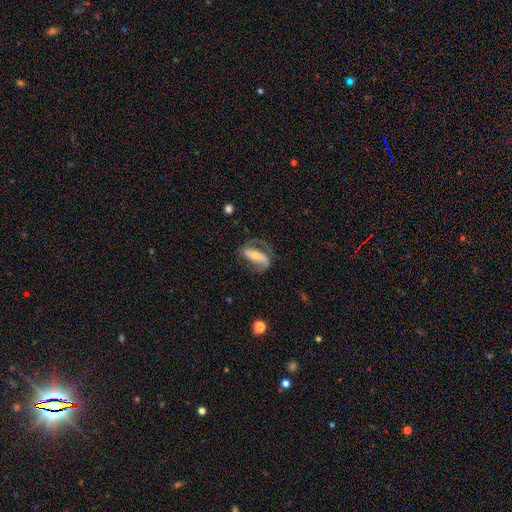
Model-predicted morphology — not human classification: The model was most divided on "bulge size": small: 45%, moderate: 44%, large: 6%, none: 3%, dominant: 2%. Remaining: edge-on disk — no (91%); spiral arms — yes (87%); smooth or featured — featured or disk (75%); spiral arm count — 2 (74%); merging — none (58%); bar — strong (58%); spiral winding — medium (43%).